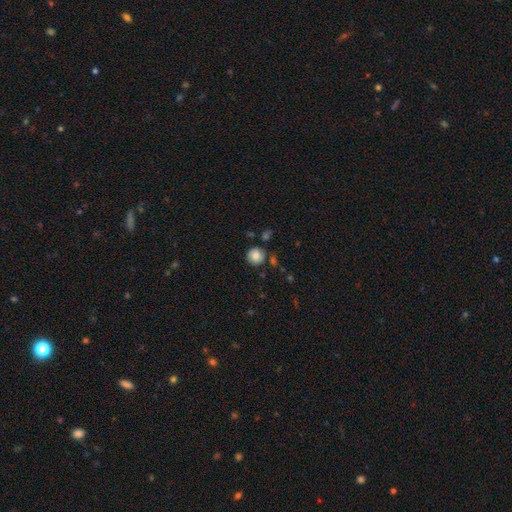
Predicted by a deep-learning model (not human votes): Smooth or featured: smooth — 75% (featured or disk — 16%)
How rounded: round — 93% (in between — 6%)
Merging: none — 83% (minor disturbance — 10%)